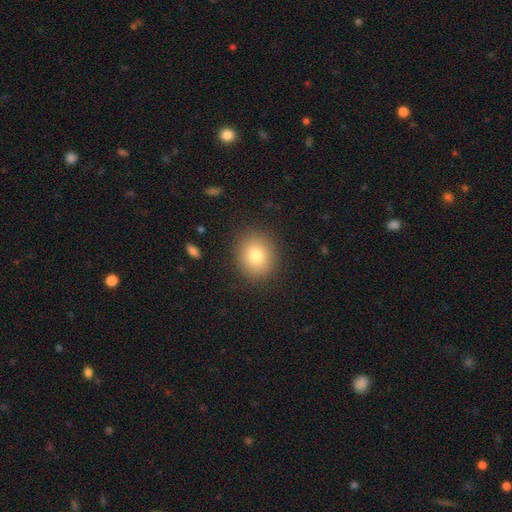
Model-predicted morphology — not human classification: Smooth or featured?
  - smooth: 80% *
  - featured or disk: 10%
  - star or artifact: 10%
How rounded?
  - round: 74% *
  - in between: 25%
  - cigar-shaped: 1%
Merging?
  - none: 88% *
  - minor disturbance: 8%
  - major disturbance: 3%
  - merger: 1%